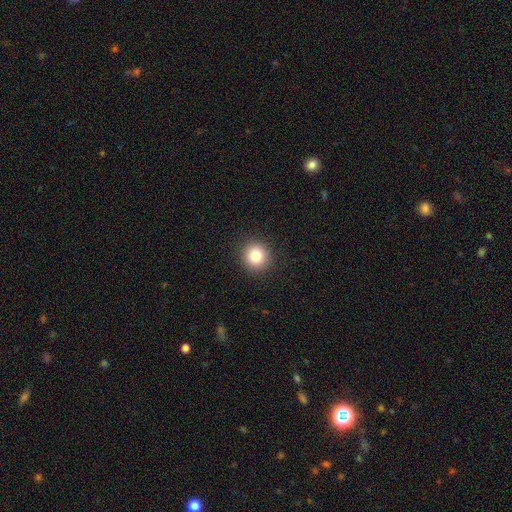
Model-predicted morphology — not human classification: type=smooth (82%); roundness=round (93%); merging=none (92%).